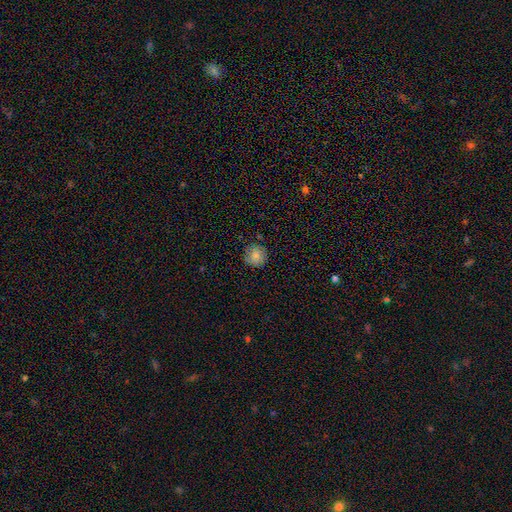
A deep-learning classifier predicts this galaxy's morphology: smooth 83%, star or artifact 10%, featured or disk 7%. Down the decision tree: how rounded — round (92%); merging — none (84%).